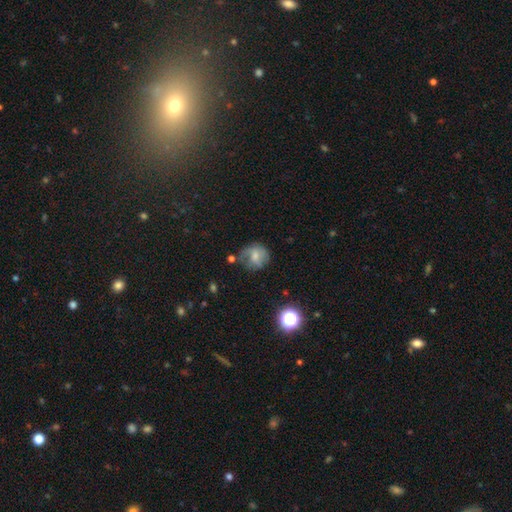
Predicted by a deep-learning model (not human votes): Smooth or featured? smooth (57%)
How rounded? round (76%)
Merging? none (53%)